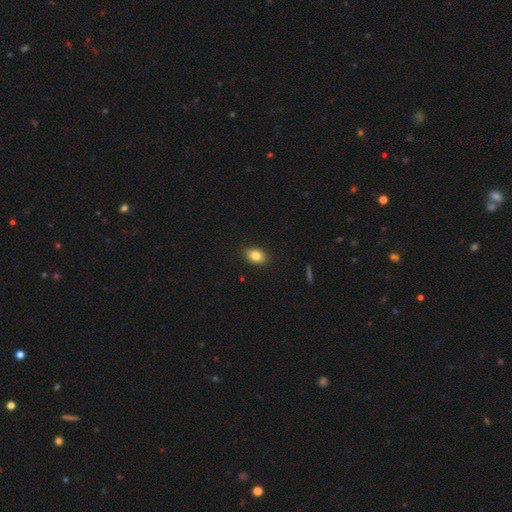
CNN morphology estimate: Smooth or featured: smooth — 84% (star or artifact — 8%)
How rounded: in between — 84% (round — 14%)
Merging: none — 89% (minor disturbance — 8%)